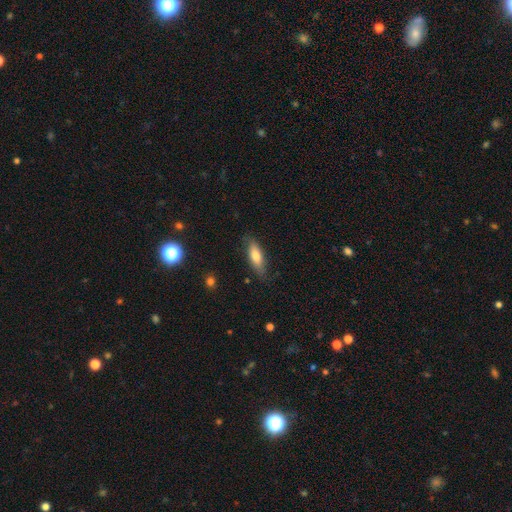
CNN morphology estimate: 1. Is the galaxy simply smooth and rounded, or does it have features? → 74% smooth, 19% featured or disk, 7% star or artifact.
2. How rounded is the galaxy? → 56% in between, 42% cigar-shaped, 2% round.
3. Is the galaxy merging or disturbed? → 80% none, 16% minor disturbance, 3% major disturbance, 1% merger.